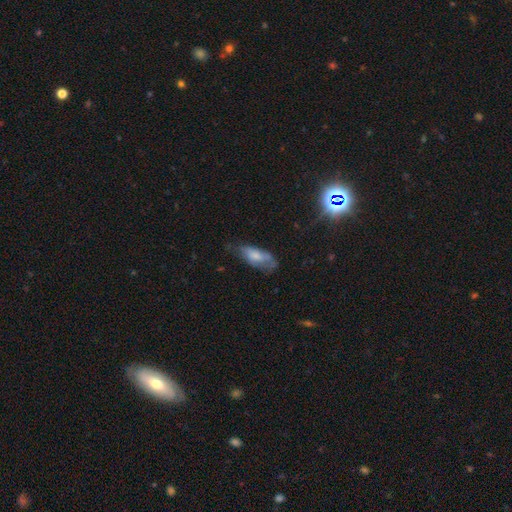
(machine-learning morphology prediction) type=smooth (67%); roundness=in between (79%); merging=none (44%).